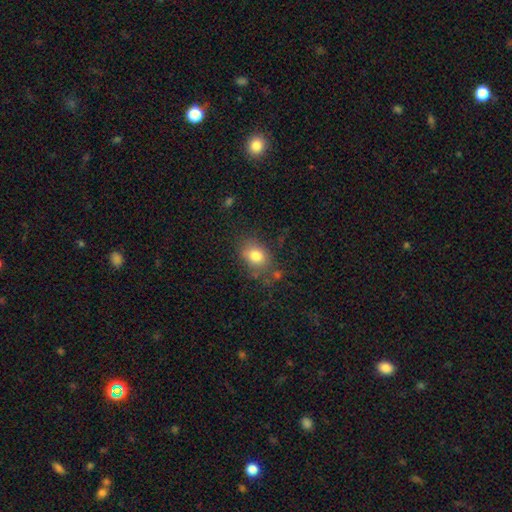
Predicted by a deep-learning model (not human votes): A smooth galaxy with no disk features (80%) that is in between round and cigar-shaped (62%). Merging: none (69%).